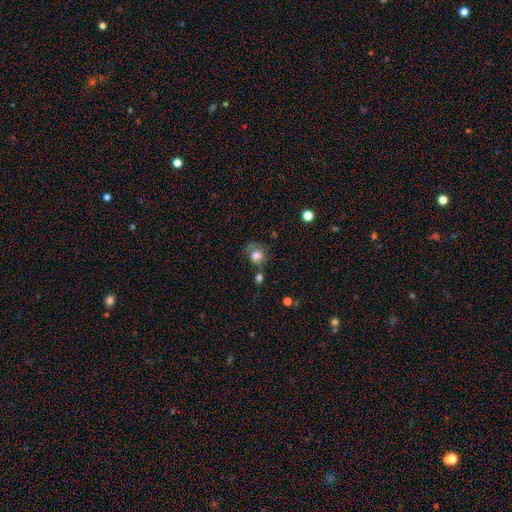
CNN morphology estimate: This appears to be a smooth galaxy with no disk features (73%) that is round (70%). Merging: none (48%).